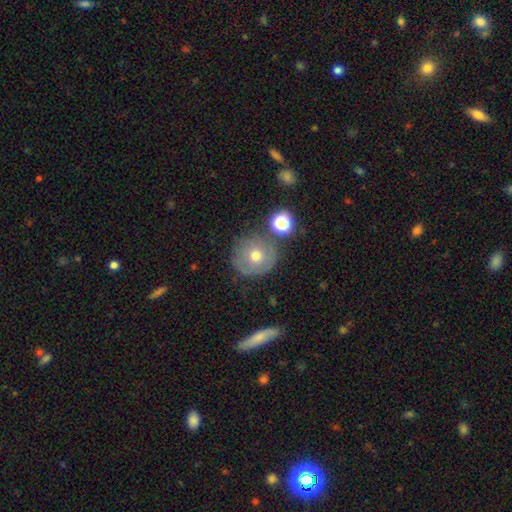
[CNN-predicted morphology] A smooth galaxy with no disk features (53%) that is round (91%).

Vote fractions:
- Smooth or featured? smooth: 53% / featured or disk: 35% / star or artifact: 13%
- How rounded? round: 91% / in between: 8% / cigar-shaped: 1%
- Merging? none: 76% / minor disturbance: 13% / merger: 7% / major disturbance: 4%